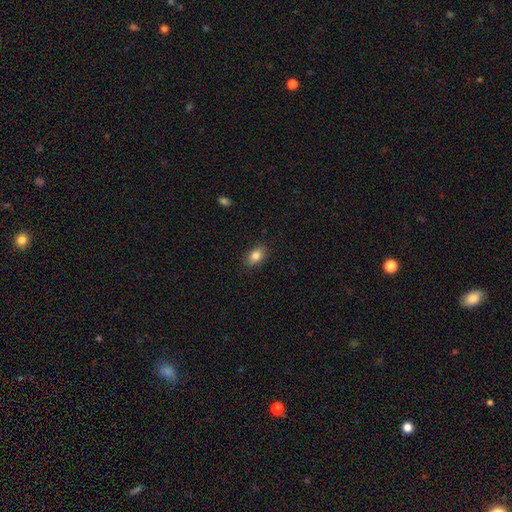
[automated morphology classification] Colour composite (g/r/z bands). It shows a smooth galaxy with no disk features (84%) that is in between round and cigar-shaped (84%). Merging: none (87%).